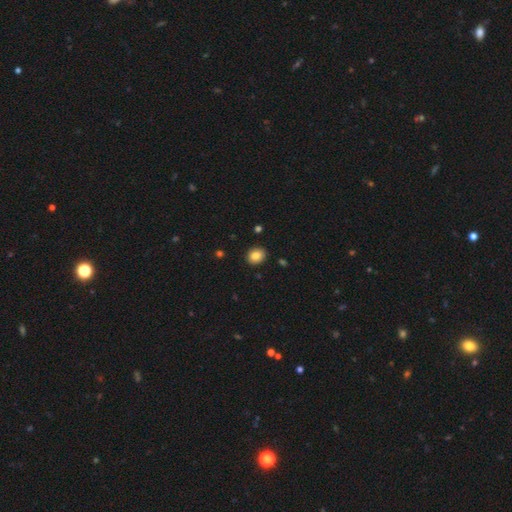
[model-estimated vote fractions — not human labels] This appears to be a smooth galaxy with no disk features (84%) that is round (59%). Merging: none (89%).